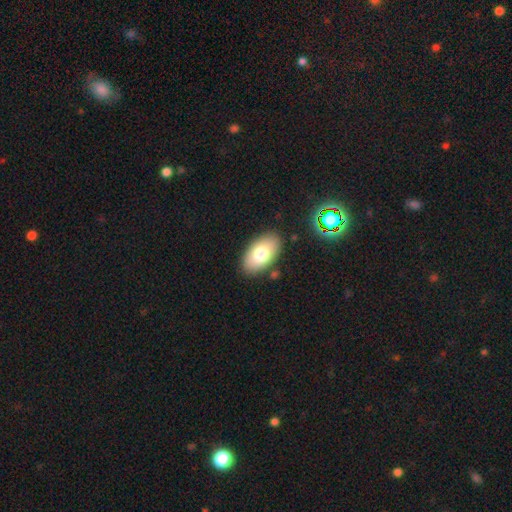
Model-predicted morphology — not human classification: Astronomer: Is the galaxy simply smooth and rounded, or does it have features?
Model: smooth — 73%.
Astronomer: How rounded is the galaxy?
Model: in between — 93%.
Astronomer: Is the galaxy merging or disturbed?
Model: none — 85%.